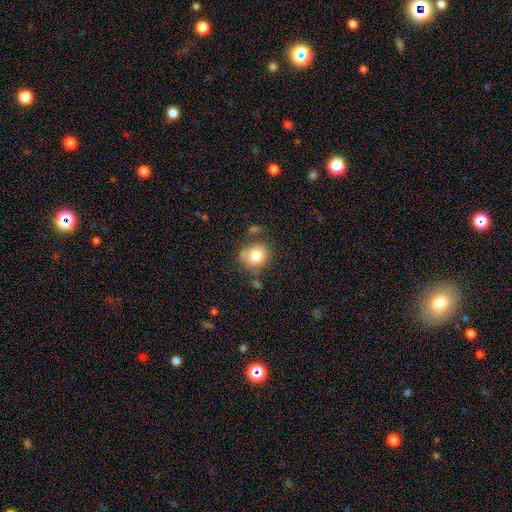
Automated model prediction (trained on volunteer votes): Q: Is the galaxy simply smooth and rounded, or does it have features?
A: smooth — 80%.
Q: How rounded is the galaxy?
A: round — 75%.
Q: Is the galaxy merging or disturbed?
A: none — 70%.